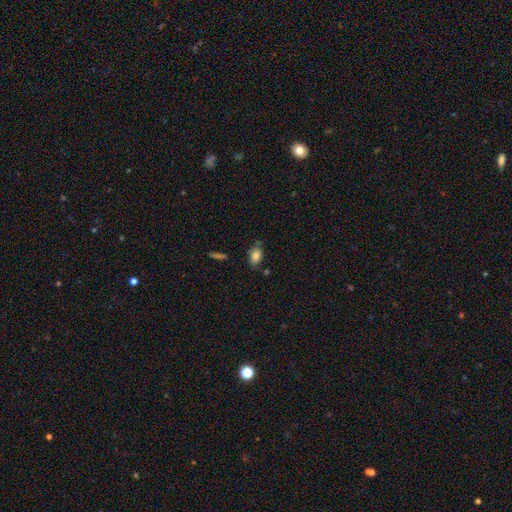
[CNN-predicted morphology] smooth-or-featured: smooth: 83% | star or artifact: 9% | featured or disk: 8%
  how-rounded: in between: 78% | round: 20% | cigar-shaped: 2%
  merging: none: 72% | minor disturbance: 19% | merger: 6% | major disturbance: 4%